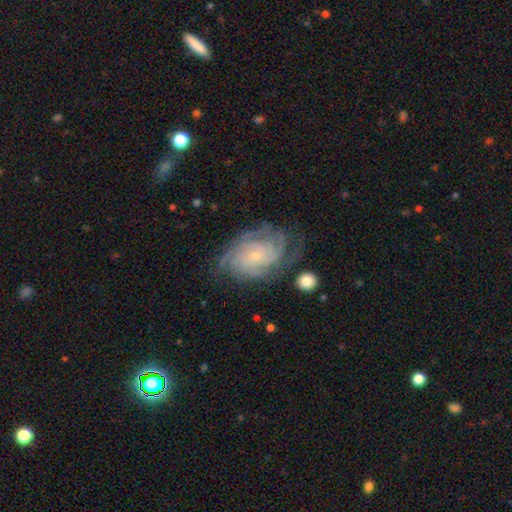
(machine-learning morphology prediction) type=featured or disk (86%); edge-on=no (97%); bar=no (70%); spiral arms=yes (97%); winding=tight (70%); arm count=4 (28%, tied with can't tell); bulge=small (79%); merging=none (69%).